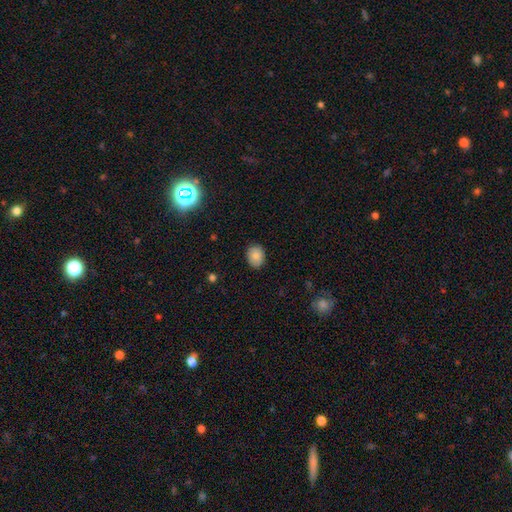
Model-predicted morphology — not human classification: Overall: smooth (86%). How rounded: in between (60%; round 39%). Merging: none (85%).